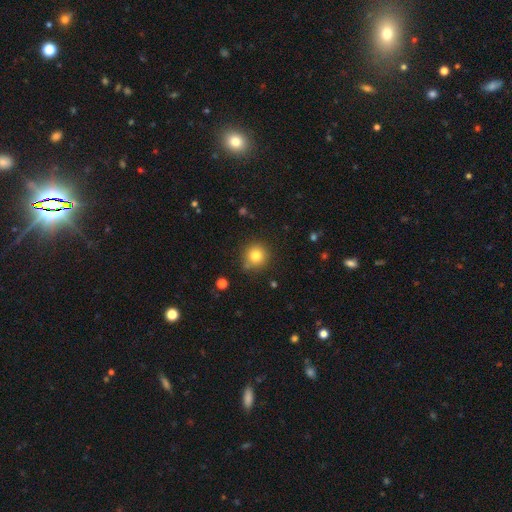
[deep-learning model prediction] This appears to be a smooth galaxy with no disk features (80%) that is round (94%). Merging: none (84%).